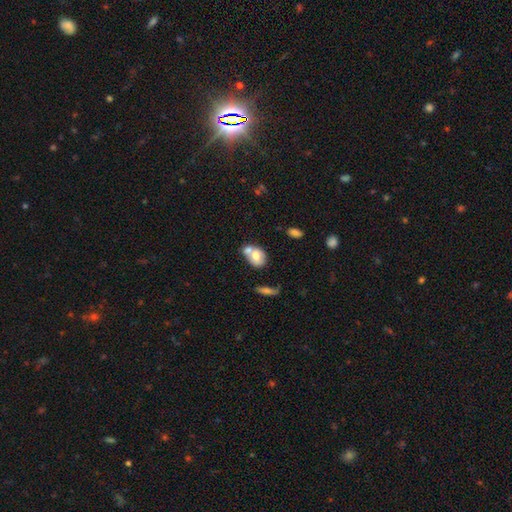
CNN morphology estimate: Smooth or featured?
  - smooth: 65% *
  - featured or disk: 27%
  - star or artifact: 8%
How rounded?
  - in between: 60% *
  - round: 39%
  - cigar-shaped: 1%
Merging?
  - merger: 55% *
  - none: 30%
  - minor disturbance: 11%
  - major disturbance: 5%